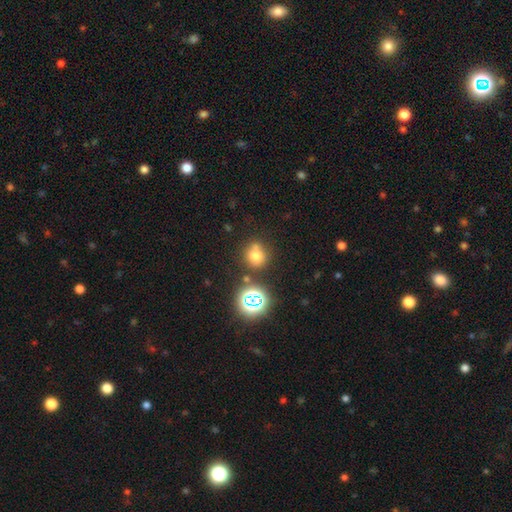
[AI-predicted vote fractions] Smooth or featured: smooth — 69% (star or artifact — 20%)
How rounded: round — 87% (in between — 12%)
Merging: none — 66% (merger — 17%)